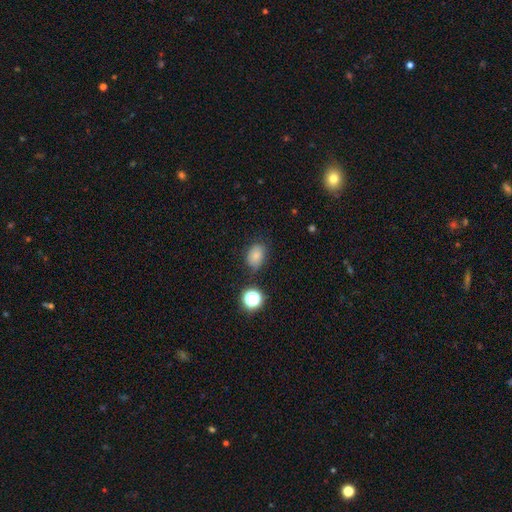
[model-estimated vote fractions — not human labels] smooth-or-featured: smooth: 79% | star or artifact: 14% | featured or disk: 8%
  how-rounded: in between: 70% | round: 29% | cigar-shaped: 1%
  merging: none: 73% | minor disturbance: 18% | major disturbance: 5% | merger: 3%